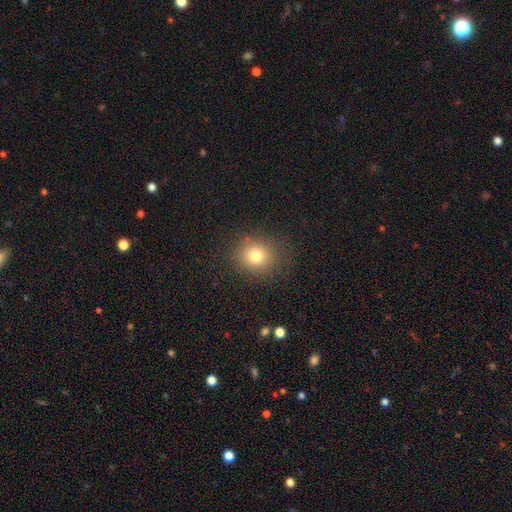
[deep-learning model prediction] Q: Smooth or featured?
A: smooth (77%); runner-up: star or artifact (14%)
Q: How rounded?
A: round (76%); runner-up: in between (23%)
Q: Merging?
A: none (84%); runner-up: minor disturbance (11%)